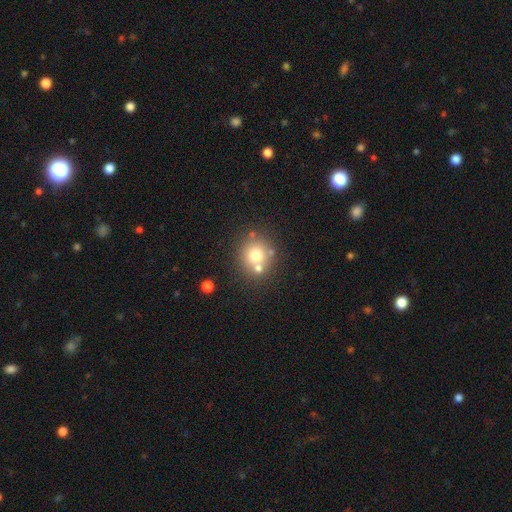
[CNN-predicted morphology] The model was most divided on "merging": none: 64%, merger: 23%, minor disturbance: 10%, major disturbance: 4%. More confident: how rounded — round (87%); smooth or featured — smooth (69%).